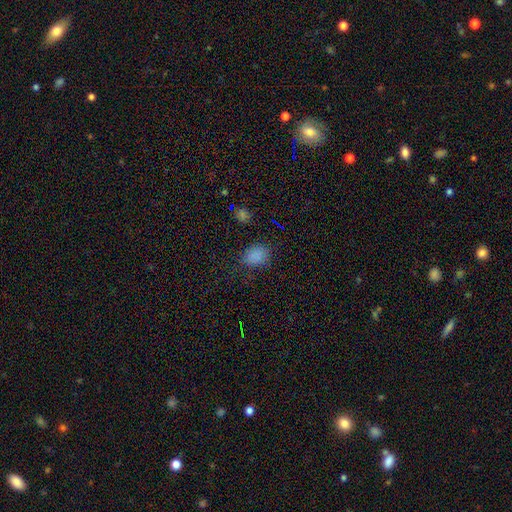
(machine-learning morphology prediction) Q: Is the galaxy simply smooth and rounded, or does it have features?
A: smooth — 78%.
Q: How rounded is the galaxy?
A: in between — 61%.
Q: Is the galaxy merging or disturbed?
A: none — 75%.